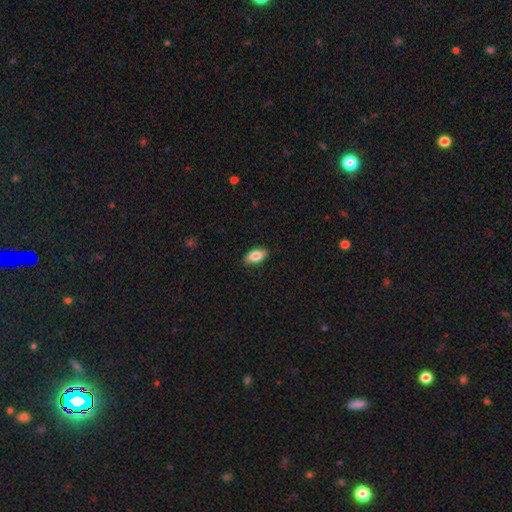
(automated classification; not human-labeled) A smooth galaxy with no disk features (84%) that is in between round and cigar-shaped (90%).

Vote fractions:
- Smooth or featured? smooth: 84% / featured or disk: 10% / star or artifact: 6%
- How rounded? in between: 90% / cigar-shaped: 6% / round: 4%
- Merging? none: 85% / minor disturbance: 11% / major disturbance: 2% / merger: 1%